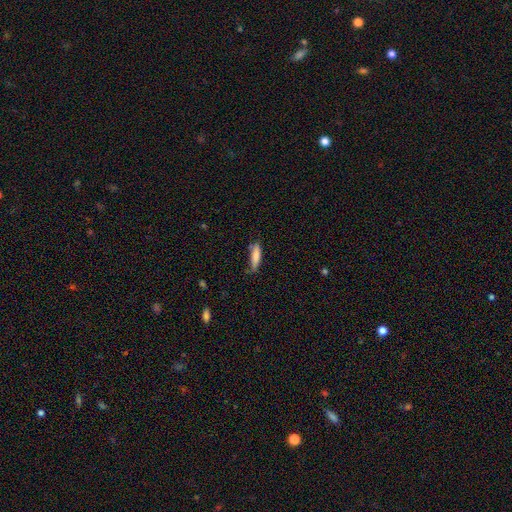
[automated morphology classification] Q: Smooth or featured?
A: smooth (82%); runner-up: featured or disk (11%)
Q: How rounded?
A: cigar-shaped (70%); runner-up: in between (29%)
Q: Merging?
A: none (70%); runner-up: minor disturbance (23%)